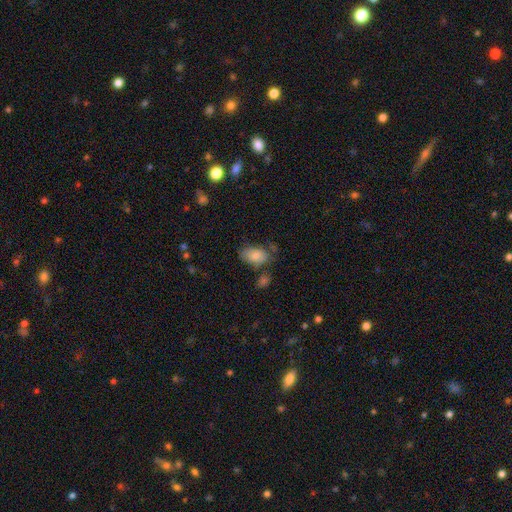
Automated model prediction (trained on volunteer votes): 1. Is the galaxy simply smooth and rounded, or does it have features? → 84% smooth, 8% featured or disk, 7% star or artifact.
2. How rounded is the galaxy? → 91% in between, 7% round, 2% cigar-shaped.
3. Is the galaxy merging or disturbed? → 59% none, 23% minor disturbance, 10% merger, 8% major disturbance.